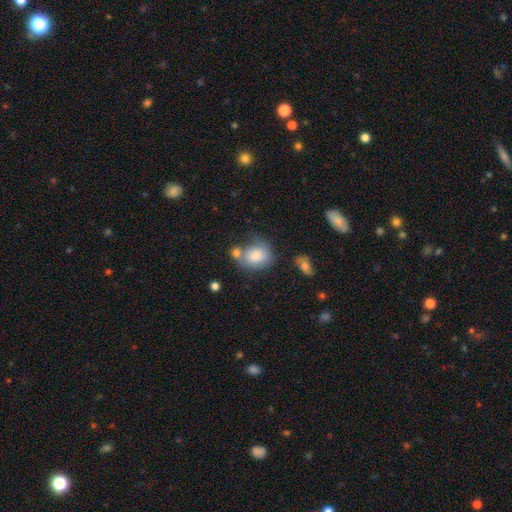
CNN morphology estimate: Q: Smooth or featured?
A: smooth (77%); runner-up: featured or disk (15%)
Q: How rounded?
A: round (57%); runner-up: in between (42%)
Q: Merging?
A: none (37%); runner-up: merger (29%)